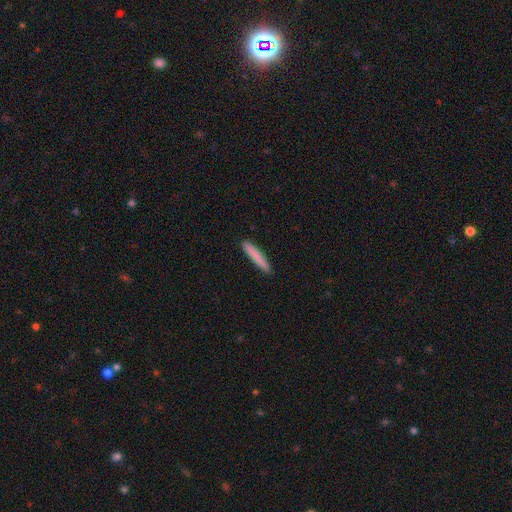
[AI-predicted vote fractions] Smooth or featured? Predicted: smooth (p=0.83). How rounded? Predicted: cigar-shaped (p=0.95). Merging? Predicted: none (p=0.91).